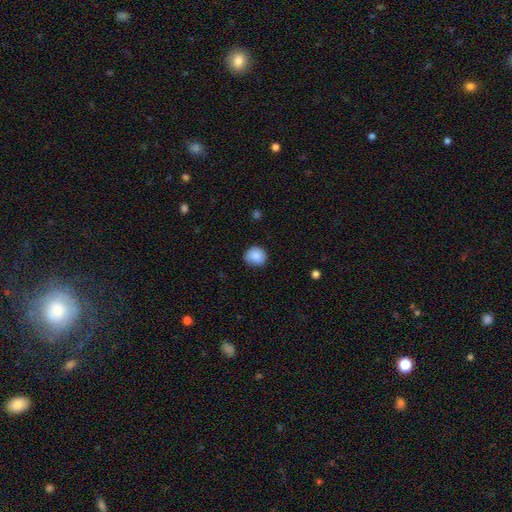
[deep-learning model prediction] Smooth or featured? Predicted: smooth (p=0.87). How rounded? Predicted: round (p=0.85). Merging? Predicted: none (p=0.79).